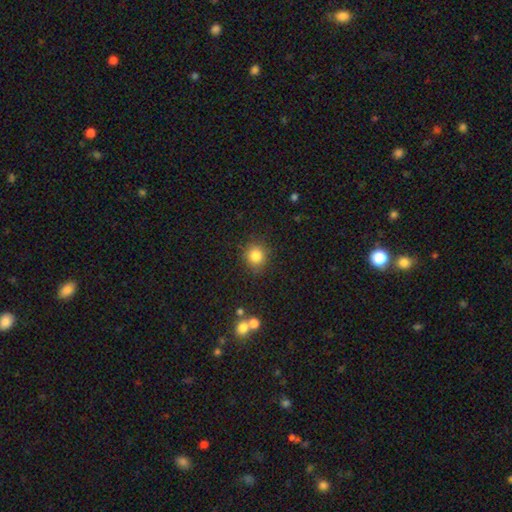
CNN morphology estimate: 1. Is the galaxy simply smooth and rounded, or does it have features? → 83% smooth, 11% star or artifact, 6% featured or disk.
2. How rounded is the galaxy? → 86% round, 13% in between, 1% cigar-shaped.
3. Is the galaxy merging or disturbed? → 85% none, 10% minor disturbance, 3% major disturbance, 2% merger.